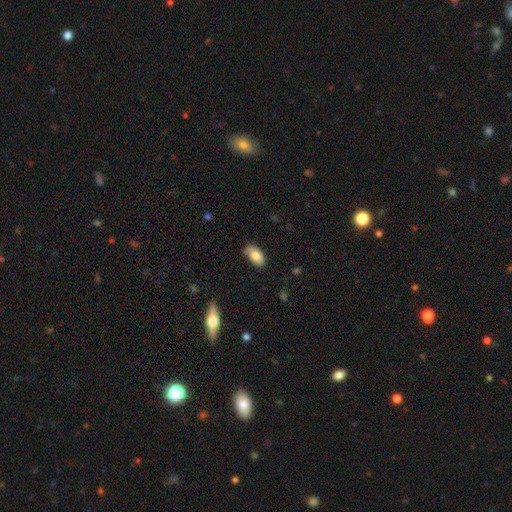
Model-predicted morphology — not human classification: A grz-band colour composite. It shows a smooth galaxy with no disk features (79%) that is in between round and cigar-shaped (94%). Merging: none (73%).